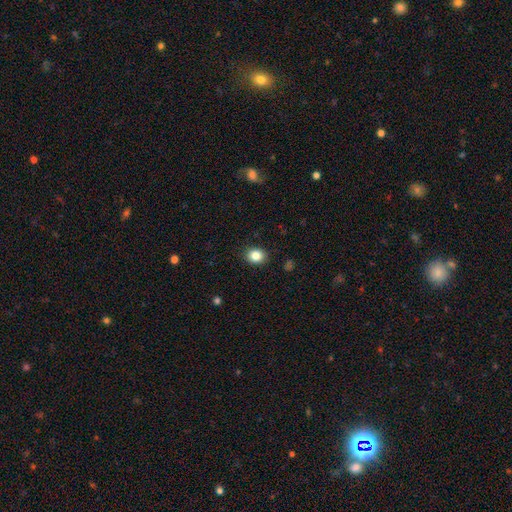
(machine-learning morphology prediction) Overall: smooth (84%). How rounded: round (63%; in between 37%). Merging: none (89%).